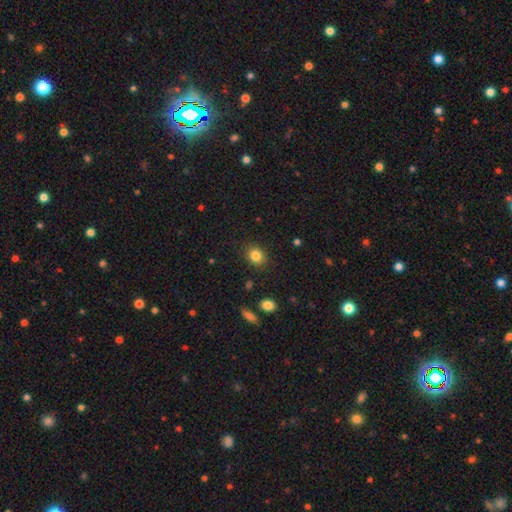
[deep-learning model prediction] Smooth or featured? Predicted: smooth (p=0.83). How rounded? Predicted: round (p=0.62). Merging? Predicted: none (p=0.87).